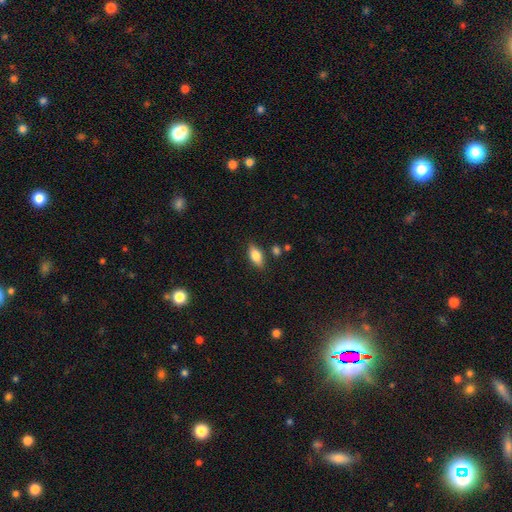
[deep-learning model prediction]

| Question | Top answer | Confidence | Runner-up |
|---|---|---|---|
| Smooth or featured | smooth | 78% | featured or disk (15%) |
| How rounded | in between | 86% | cigar-shaped (10%) |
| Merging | none | 82% | minor disturbance (12%) |